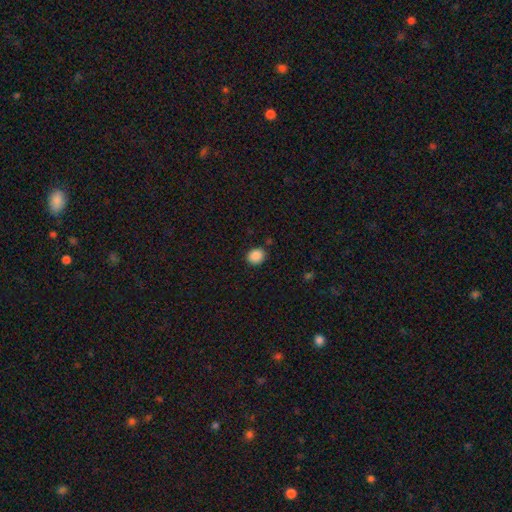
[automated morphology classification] Smooth or featured? smooth (88%)
How rounded? round (71%)
Merging? none (87%)